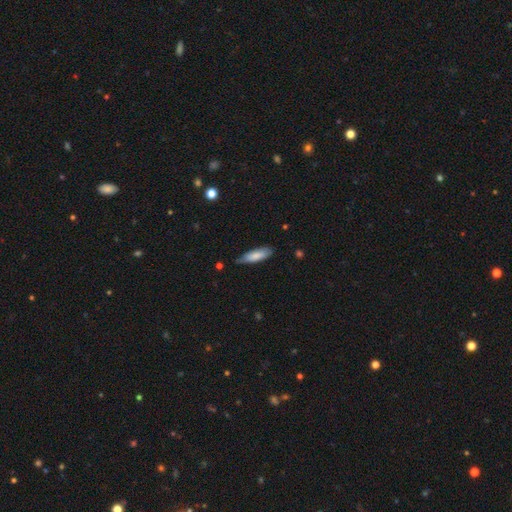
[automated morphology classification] smooth 78%, featured or disk 16%, star or artifact 6%. Down the decision tree: how rounded — cigar-shaped (51%); merging — none (66%).